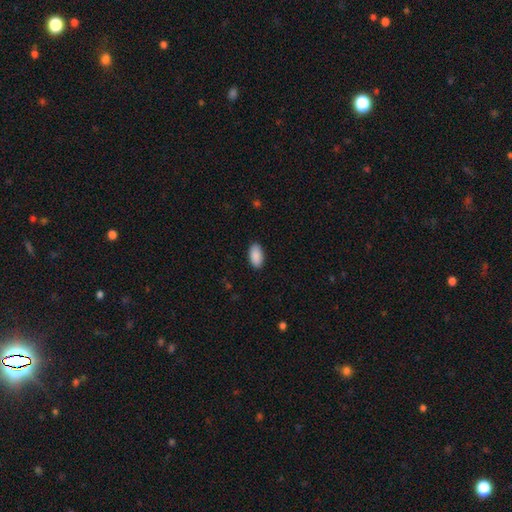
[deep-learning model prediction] Overall: smooth (91%). How rounded: in between (95%). Merging: none (89%).